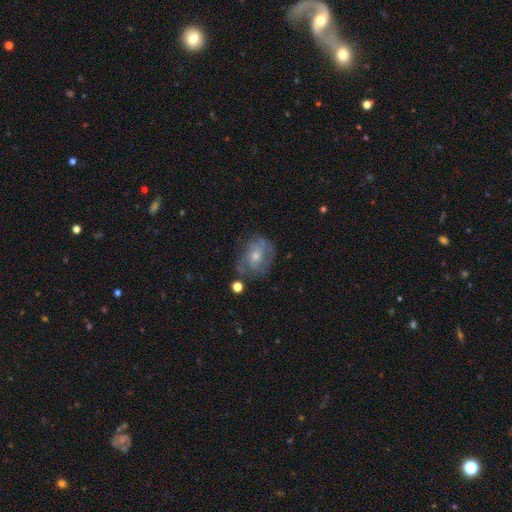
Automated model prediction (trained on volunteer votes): Smooth or featured? featured or disk (66%)
Edge-on disk? no (97%)
Bar? no (67%)
Spiral arms? yes (79%)
Spiral winding? tight (45%)
Spiral arm count? can't tell (42%)
Bulge size? moderate (49%)
Merging? none (66%)